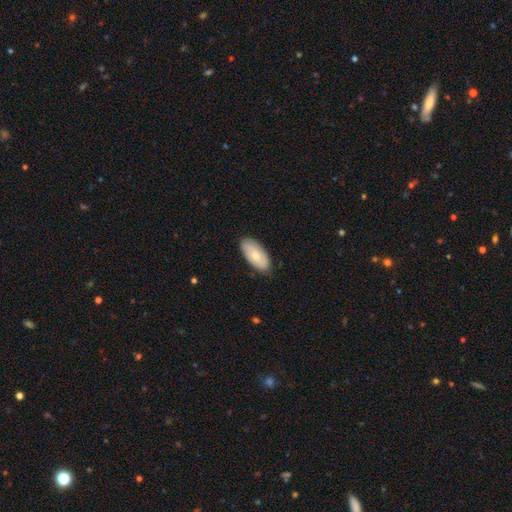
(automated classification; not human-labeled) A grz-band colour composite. It shows a smooth galaxy with no disk features (70%) that is in between round and cigar-shaped (93%). Merging: none (83%).